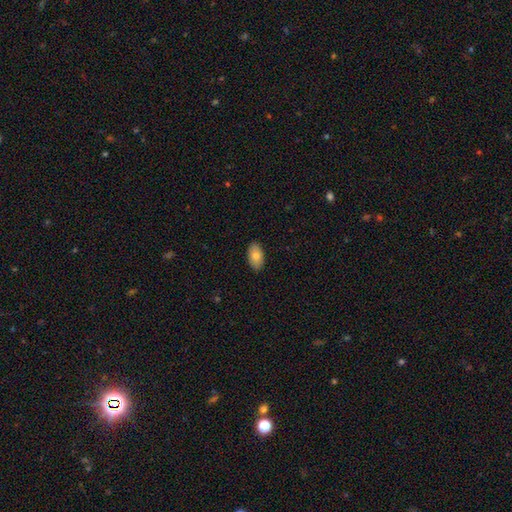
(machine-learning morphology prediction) smooth_or_featured: smooth (p=0.79) [alt: featured or disk p=0.15]
how_rounded: in between (p=0.94) [alt: round p=0.04]
merging: none (p=0.89) [alt: minor disturbance p=0.09]